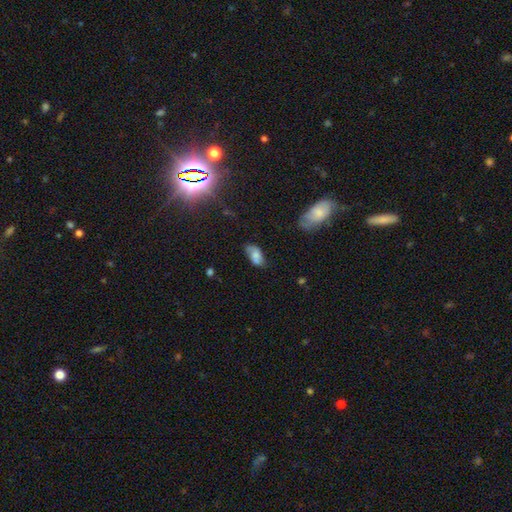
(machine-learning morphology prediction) The model was most divided on "smooth or featured": smooth: 54%, featured or disk: 35%, star or artifact: 10%. More confident: how rounded — in between (91%); merging — none (57%).